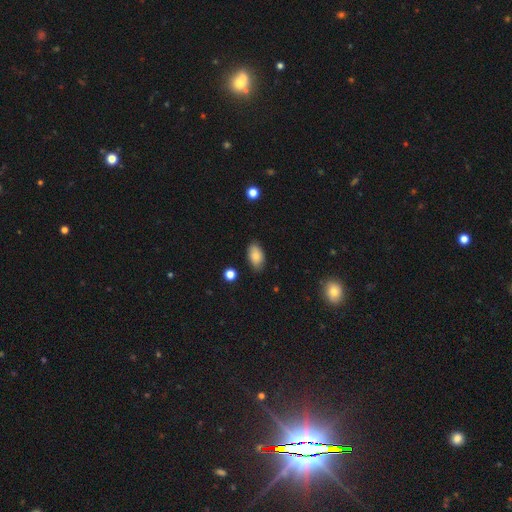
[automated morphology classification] Smooth or featured: smooth — 85% (star or artifact — 8%)
How rounded: in between — 93% (round — 5%)
Merging: none — 83% (minor disturbance — 13%)